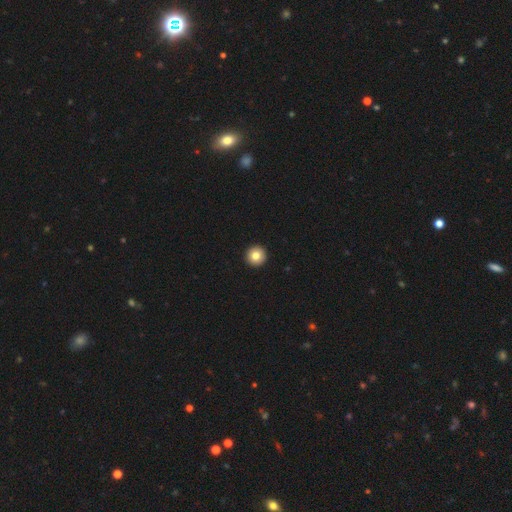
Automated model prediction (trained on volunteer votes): smooth 82%, star or artifact 10%, featured or disk 9%. Down the decision tree: how rounded — round (97%); merging — none (95%).